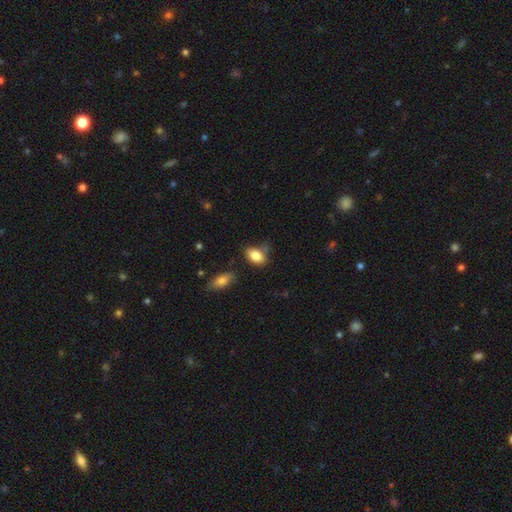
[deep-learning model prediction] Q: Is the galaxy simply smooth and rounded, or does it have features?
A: smooth — 84%.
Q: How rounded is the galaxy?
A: in between — 86%.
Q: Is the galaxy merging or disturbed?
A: none — 58%.